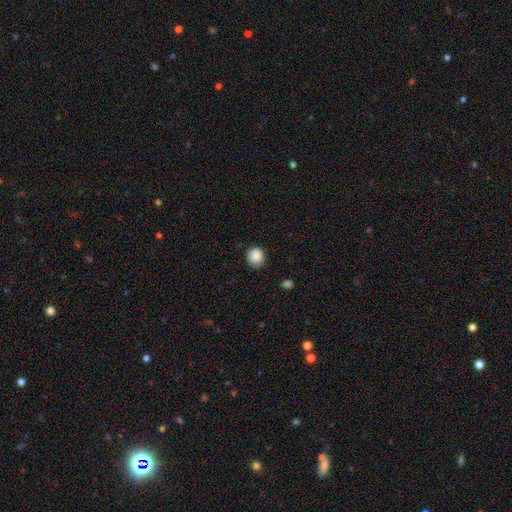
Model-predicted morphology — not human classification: smooth-or-featured: smooth: 88% | star or artifact: 9% | featured or disk: 3%
  how-rounded: round: 83% | in between: 17% | cigar-shaped: 1%
  merging: none: 81% | minor disturbance: 15% | major disturbance: 3% | merger: 1%